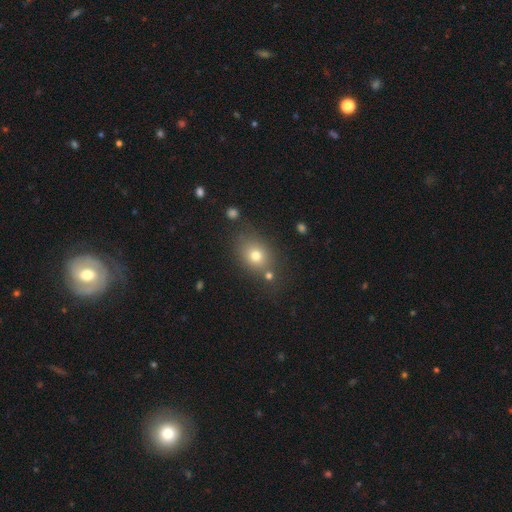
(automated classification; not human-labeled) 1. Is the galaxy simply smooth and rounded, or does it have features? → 73% smooth, 14% star or artifact, 13% featured or disk.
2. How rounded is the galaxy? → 56% in between, 43% round, 1% cigar-shaped.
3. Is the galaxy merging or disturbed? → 69% none, 15% minor disturbance, 11% merger, 6% major disturbance.